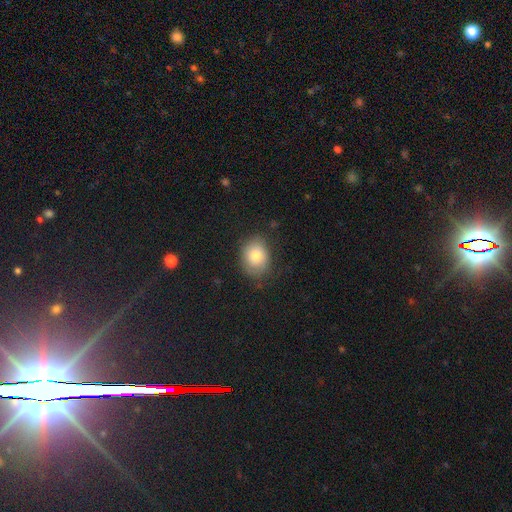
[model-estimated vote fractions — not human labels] smooth 77%, featured or disk 13%, star or artifact 9%. Down the decision tree: how rounded — in between (52%); merging — none (76%).